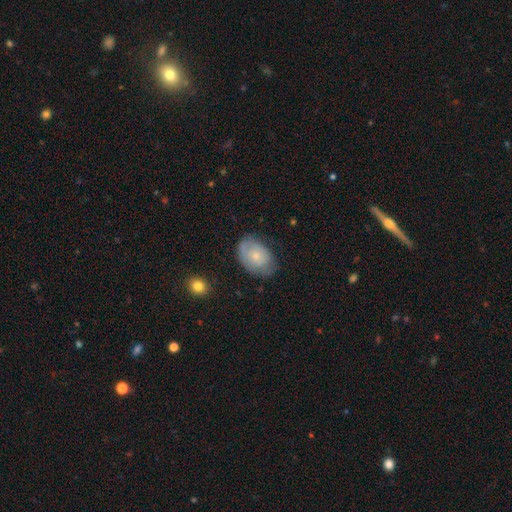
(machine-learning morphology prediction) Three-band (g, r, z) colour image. It shows a smooth galaxy with no disk features (62%) that is in between round and cigar-shaped (78%). Merging: none (62%).